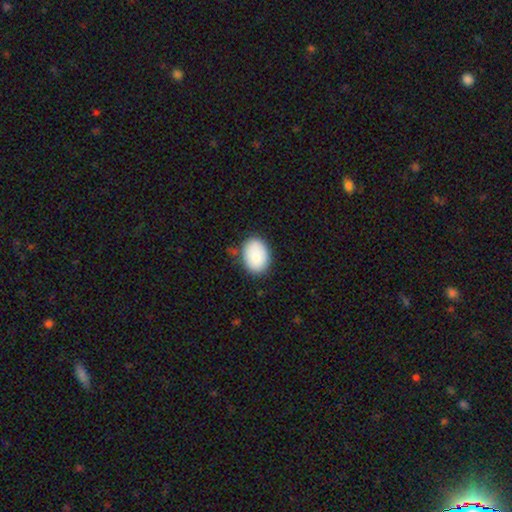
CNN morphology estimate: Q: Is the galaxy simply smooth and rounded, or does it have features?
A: smooth — 88%.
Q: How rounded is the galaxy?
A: in between — 76%.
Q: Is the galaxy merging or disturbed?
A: none — 80%.